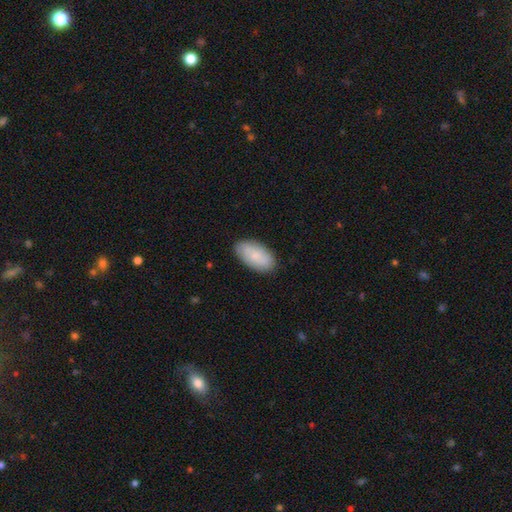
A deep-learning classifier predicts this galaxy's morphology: smooth-or-featured: smooth: 77% | featured or disk: 17% | star or artifact: 6%
  how-rounded: in between: 94% | cigar-shaped: 3% | round: 3%
  merging: none: 86% | minor disturbance: 10% | major disturbance: 2% | merger: 1%